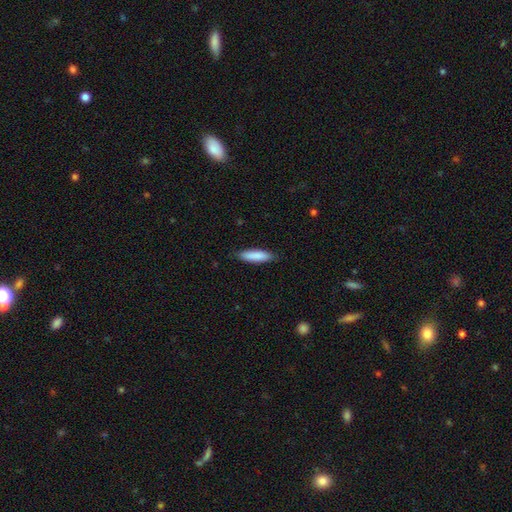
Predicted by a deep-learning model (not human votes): This appears to be a smooth galaxy with no disk features (87%) that is cigar-shaped (66%). Merging: none (86%).